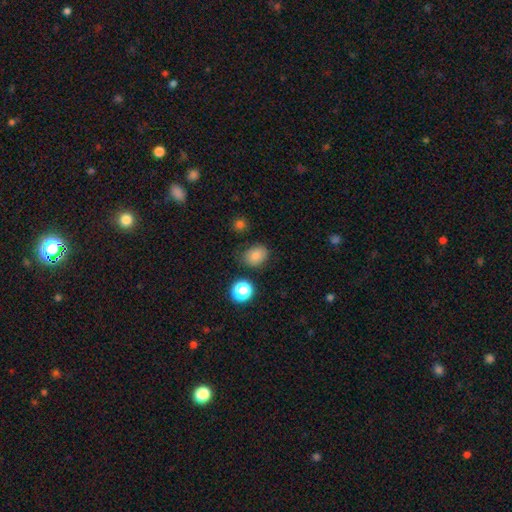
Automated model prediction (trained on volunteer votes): The model was most divided on "how rounded": in between: 57%, round: 42%, cigar-shaped: 1%. More confident: smooth or featured — smooth (79%); merging — none (77%).